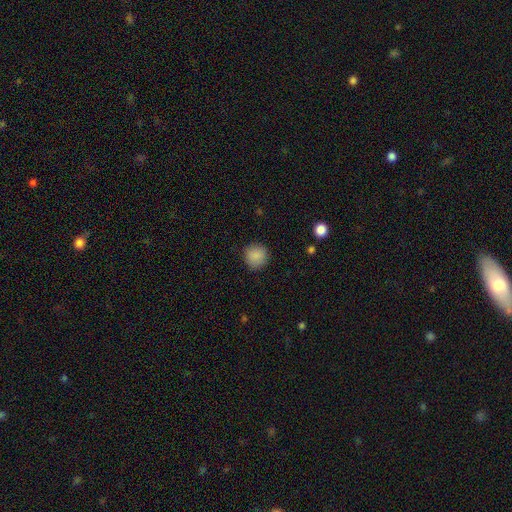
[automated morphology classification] type=smooth (88%); roundness=round (92%); merging=none (89%).